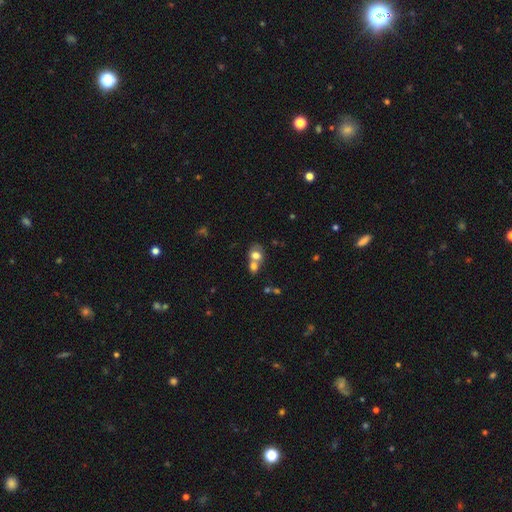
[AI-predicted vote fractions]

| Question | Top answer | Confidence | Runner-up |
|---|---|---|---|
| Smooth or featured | smooth | 69% | featured or disk (21%) |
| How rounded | round | 52% | in between (47%) |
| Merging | merger | 66% | none (23%) |